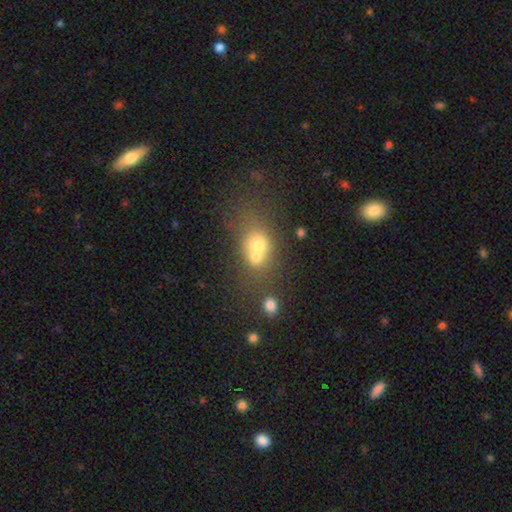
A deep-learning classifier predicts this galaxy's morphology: This appears to be a smooth galaxy with no disk features (64%) that is round (51%). Merging: merger (63%).